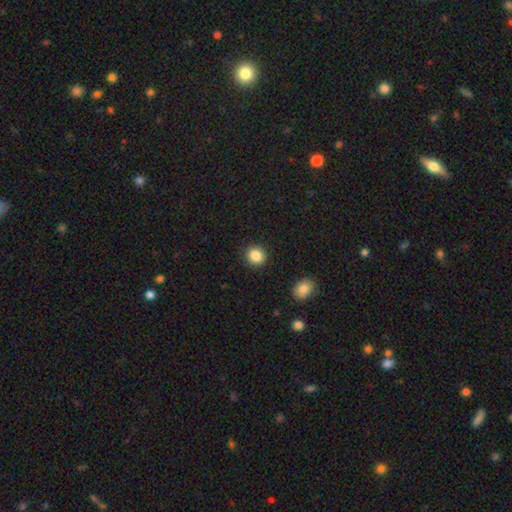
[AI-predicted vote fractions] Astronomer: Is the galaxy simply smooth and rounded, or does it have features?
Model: smooth — 87%.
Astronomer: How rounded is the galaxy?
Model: round — 83%.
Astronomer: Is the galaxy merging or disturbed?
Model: none — 91%.